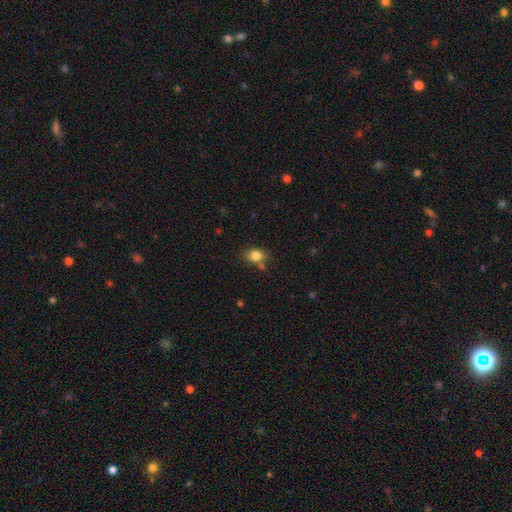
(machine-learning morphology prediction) A smooth galaxy with no disk features (82%) that is in between round and cigar-shaped (59%).

Vote fractions:
- Smooth or featured? smooth: 82% / star or artifact: 10% / featured or disk: 7%
- How rounded? in between: 59% / round: 40% / cigar-shaped: 1%
- Merging? none: 63% / minor disturbance: 19% / merger: 13% / major disturbance: 5%